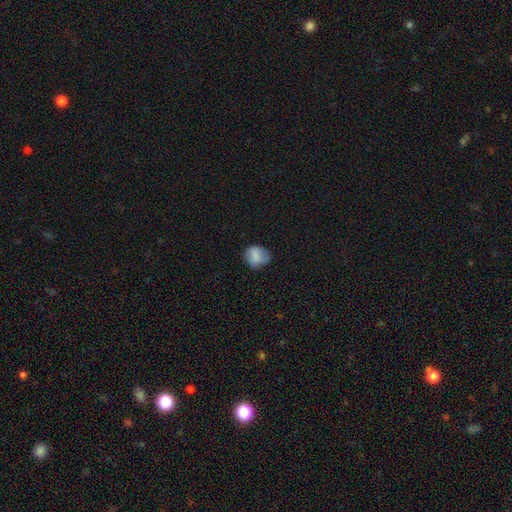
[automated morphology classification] A smooth galaxy with no disk features (75%) that is round (64%).

Vote fractions:
- Smooth or featured? smooth: 75% / featured or disk: 16% / star or artifact: 9%
- How rounded? round: 64% / in between: 35% / cigar-shaped: 1%
- Merging? none: 57% / minor disturbance: 30% / major disturbance: 11% / merger: 2%